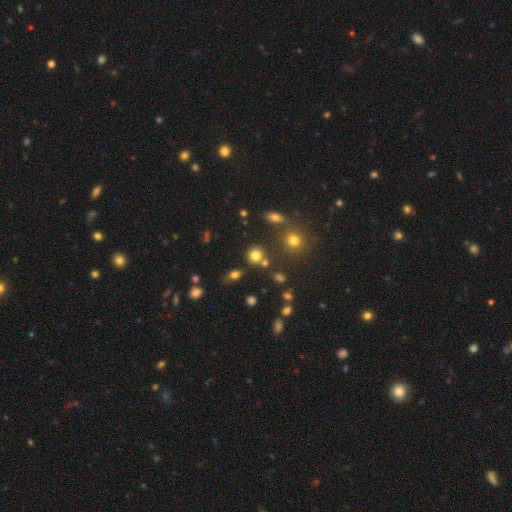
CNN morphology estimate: Smooth or featured? smooth (77%)
How rounded? round (85%)
Merging? none (75%)